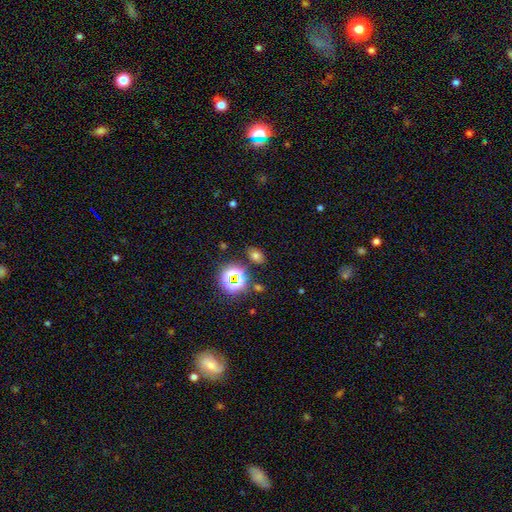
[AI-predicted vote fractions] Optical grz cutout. It shows a smooth galaxy with no disk features (65%) that is in between round and cigar-shaped (71%). Merging: none (82%).